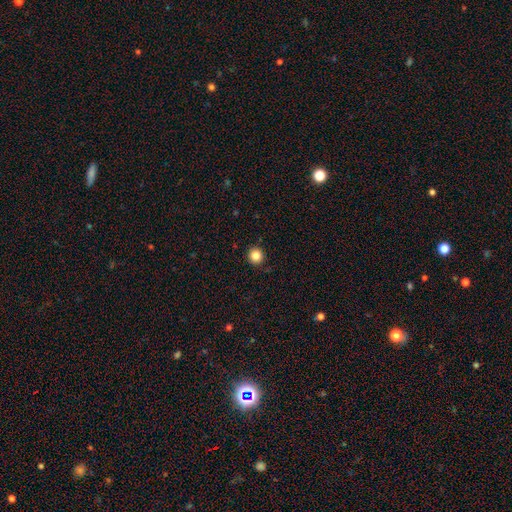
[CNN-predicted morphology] Smooth or featured? smooth (84%)
How rounded? round (95%)
Merging? none (93%)